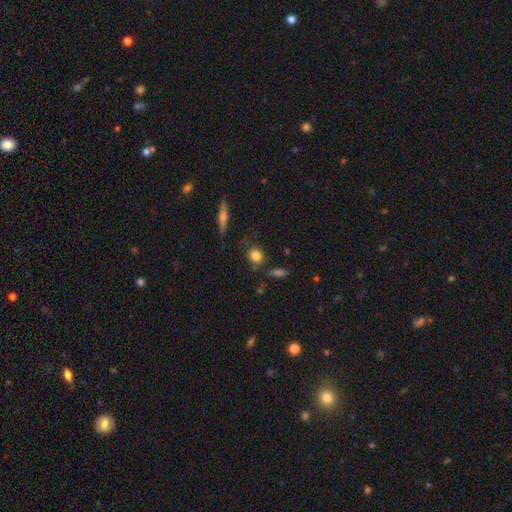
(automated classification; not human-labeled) Morphology: type=smooth (83%); roundness=round (61%); merging=none (75%).